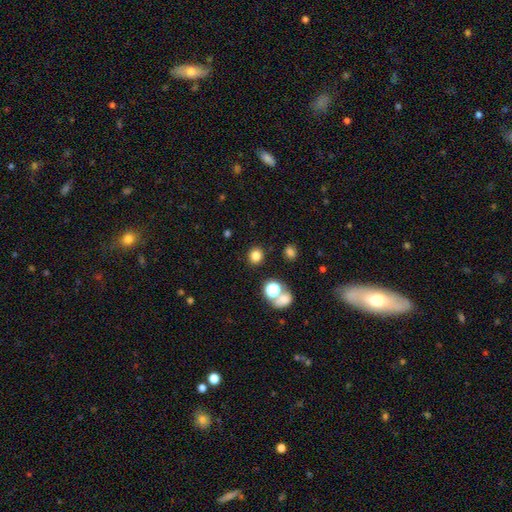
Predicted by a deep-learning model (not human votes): smooth_or_featured: smooth (p=0.79) [alt: star or artifact p=0.16]
how_rounded: round (p=0.81) [alt: in between p=0.19]
merging: none (p=0.86) [alt: minor disturbance p=0.07]